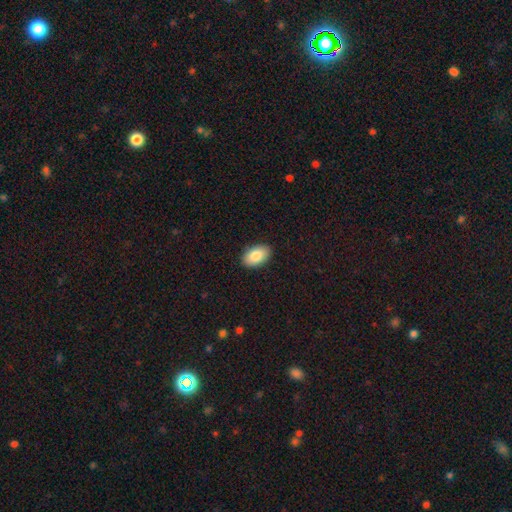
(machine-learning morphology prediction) This appears to be a smooth galaxy with no disk features (87%) that is in between round and cigar-shaped (94%). Merging: none (90%).